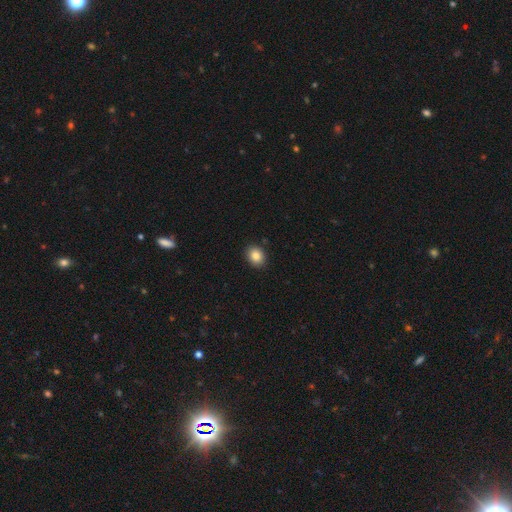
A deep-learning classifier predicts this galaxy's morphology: type=smooth (86%); roundness=round (52%); merging=none (90%).